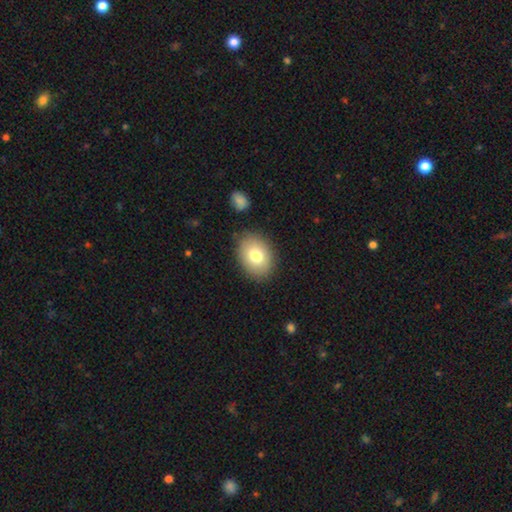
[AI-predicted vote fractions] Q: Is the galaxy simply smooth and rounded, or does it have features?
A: smooth — 79%.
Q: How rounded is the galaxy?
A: in between — 72%.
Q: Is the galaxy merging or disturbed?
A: none — 84%.